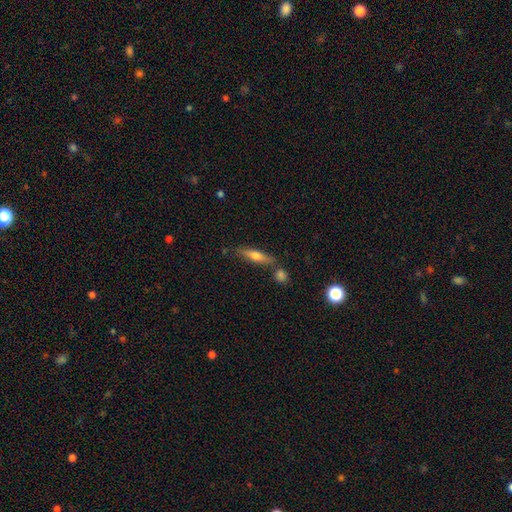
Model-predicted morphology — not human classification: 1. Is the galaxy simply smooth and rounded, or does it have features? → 54% smooth, 39% featured or disk, 7% star or artifact.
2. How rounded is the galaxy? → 76% cigar-shaped, 22% in between, 2% round.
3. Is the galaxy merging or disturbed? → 72% none, 13% minor disturbance, 12% merger, 3% major disturbance.